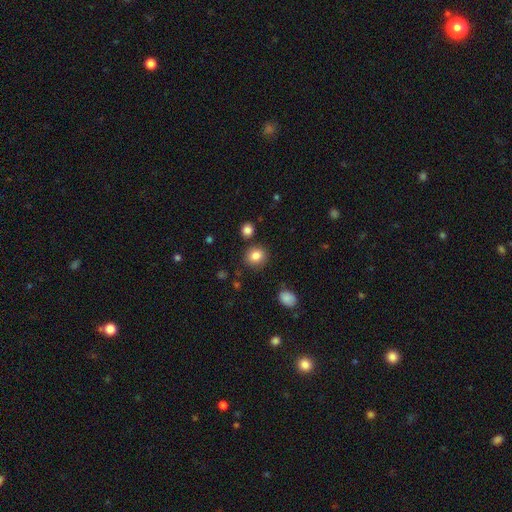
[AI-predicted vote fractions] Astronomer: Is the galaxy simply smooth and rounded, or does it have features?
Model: smooth — 84%.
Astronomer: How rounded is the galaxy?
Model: round — 77%.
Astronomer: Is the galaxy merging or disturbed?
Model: none — 84%.